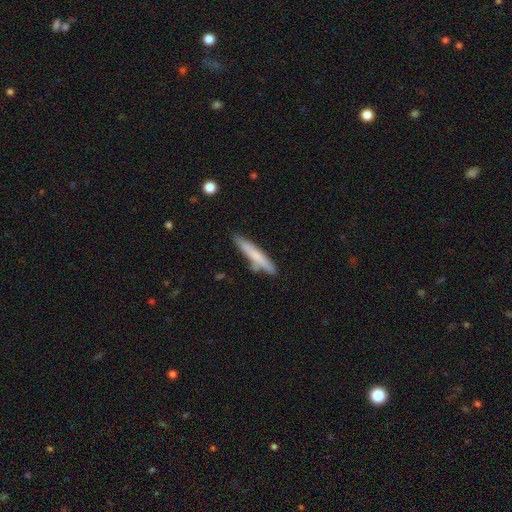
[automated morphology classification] smooth 67%, featured or disk 28%, star or artifact 6%. Down the decision tree: how rounded — cigar-shaped (92%); merging — none (78%).